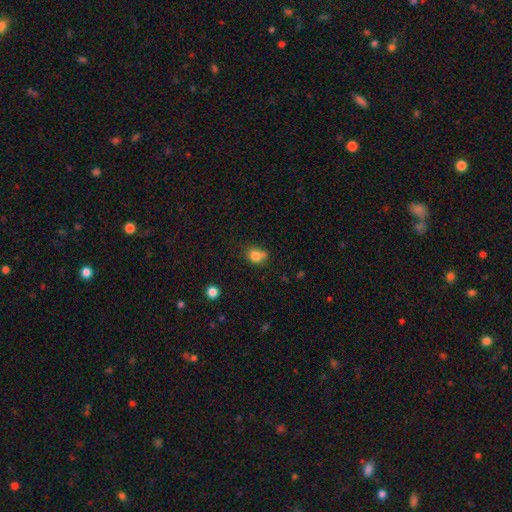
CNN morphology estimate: This is clearly a smooth galaxy (80%). How rounded: likely round (62%). Merging: possibly none (56%).